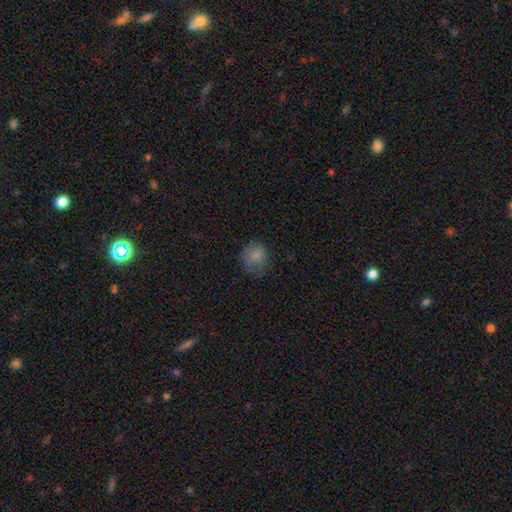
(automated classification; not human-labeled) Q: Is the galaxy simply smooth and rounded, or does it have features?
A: smooth — 77%.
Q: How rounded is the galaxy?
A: round — 71%.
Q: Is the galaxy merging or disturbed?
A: none — 59%.